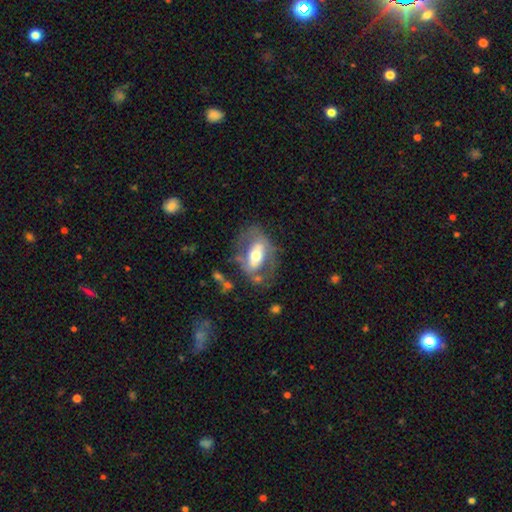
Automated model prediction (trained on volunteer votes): This appears to be a featured or disk galaxy (58%) with no bar (38%), no spiral arms (68%) and a moderate central bulge (65%). Merging: none (59%).